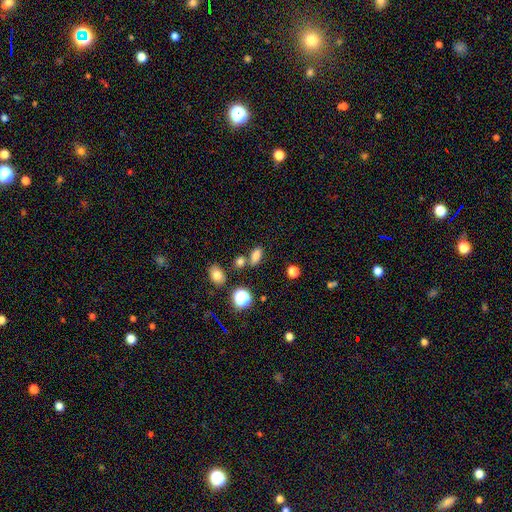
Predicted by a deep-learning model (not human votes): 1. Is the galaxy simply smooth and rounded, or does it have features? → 76% smooth, 16% star or artifact, 8% featured or disk.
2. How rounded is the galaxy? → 80% in between, 13% round, 8% cigar-shaped.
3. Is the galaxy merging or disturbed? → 65% none, 18% merger, 13% minor disturbance, 5% major disturbance.